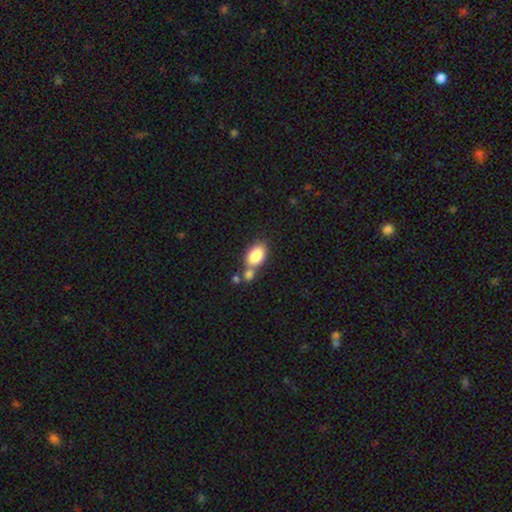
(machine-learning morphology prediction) Smooth or featured: smooth — 82% (featured or disk — 10%)
How rounded: in between — 86% (round — 12%)
Merging: none — 44% (merger — 38%)